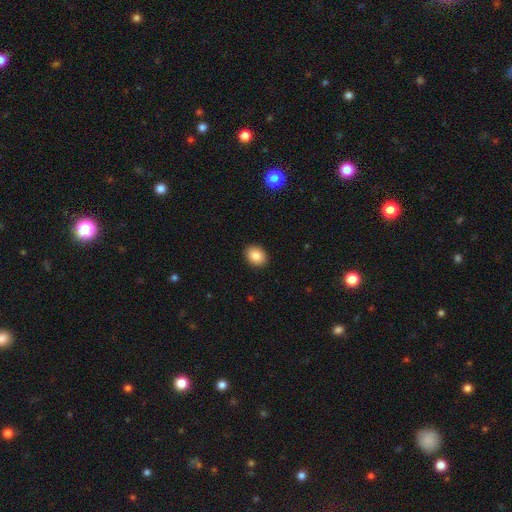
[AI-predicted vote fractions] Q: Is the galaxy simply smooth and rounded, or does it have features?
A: smooth — 87%.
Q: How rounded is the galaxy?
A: in between — 57%.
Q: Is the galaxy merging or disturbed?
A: none — 91%.